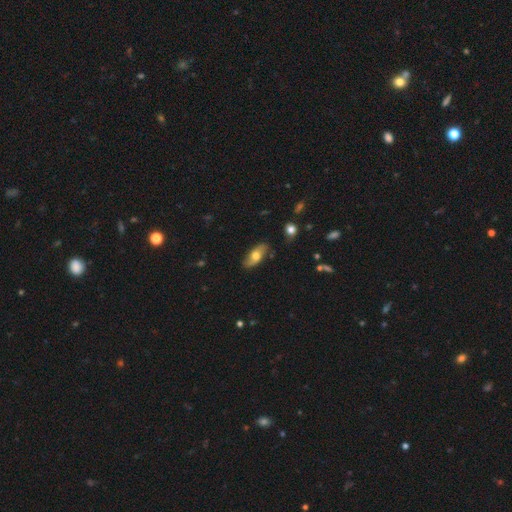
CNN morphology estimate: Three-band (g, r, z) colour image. It shows a smooth galaxy with no disk features (55%) that is in between round and cigar-shaped (79%). Merging: none (77%).